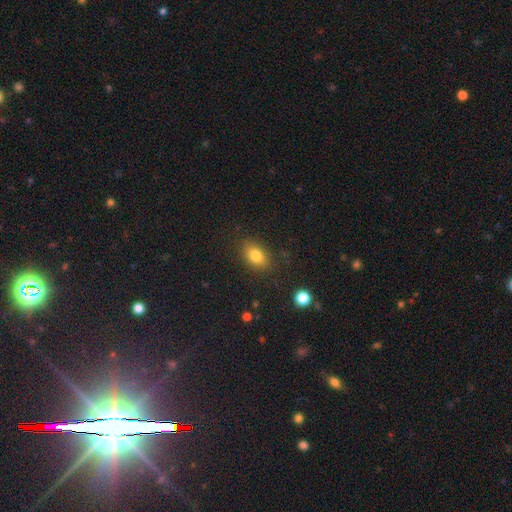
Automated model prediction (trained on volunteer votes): smooth 81%, star or artifact 10%, featured or disk 9%. Down the decision tree: how rounded — in between (83%); merging — none (84%).